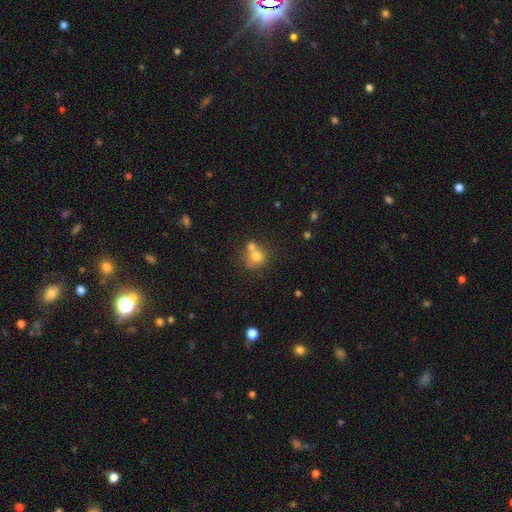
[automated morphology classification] Smooth or featured: smooth — 71% (featured or disk — 17%)
How rounded: round — 78% (in between — 21%)
Merging: merger — 48% (none — 38%)